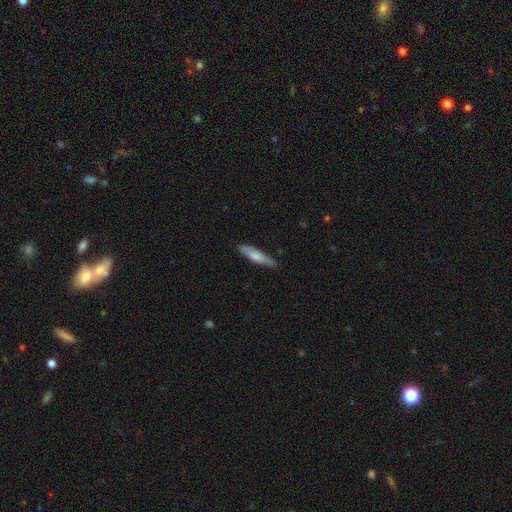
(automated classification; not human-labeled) smooth-or-featured: smooth: 71% | featured or disk: 24% | star or artifact: 5%
  how-rounded: cigar-shaped: 78% | in between: 21% | round: 2%
  merging: none: 79% | minor disturbance: 17% | major disturbance: 3% | merger: 1%